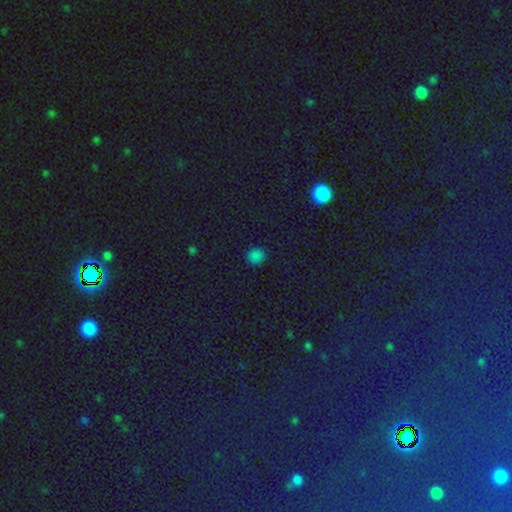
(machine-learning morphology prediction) smooth_or_featured: smooth (p=0.79) [alt: star or artifact p=0.17]
how_rounded: round (p=0.87) [alt: in between p=0.12]
merging: none (p=0.90) [alt: minor disturbance p=0.06]